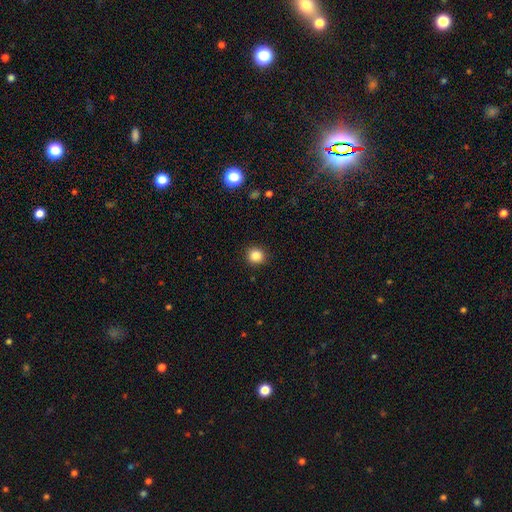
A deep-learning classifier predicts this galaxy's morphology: smooth_or_featured: smooth (p=0.85) [alt: star or artifact p=0.11]
how_rounded: round (p=0.90) [alt: in between p=0.09]
merging: none (p=0.92) [alt: minor disturbance p=0.06]